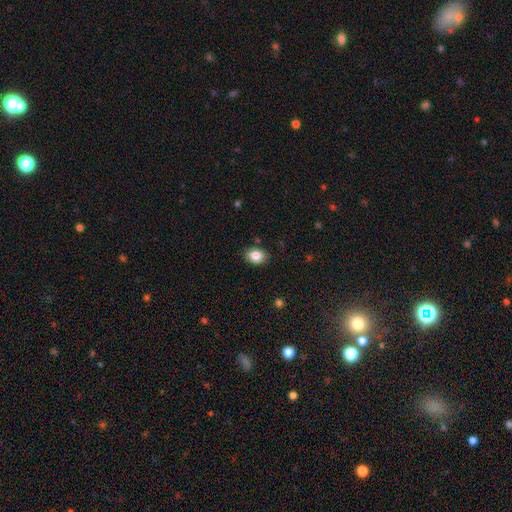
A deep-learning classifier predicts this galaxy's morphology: type=smooth (86%); roundness=in between (70%); merging=none (85%).